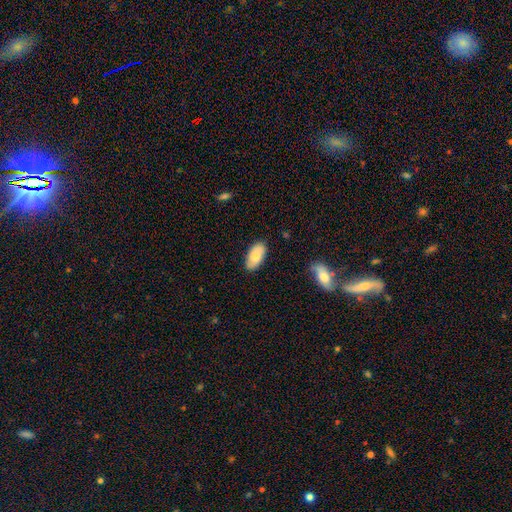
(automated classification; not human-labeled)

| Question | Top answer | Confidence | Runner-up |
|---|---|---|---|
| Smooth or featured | smooth | 71% | featured or disk (22%) |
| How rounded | in between | 94% | cigar-shaped (3%) |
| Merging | none | 83% | minor disturbance (13%) |